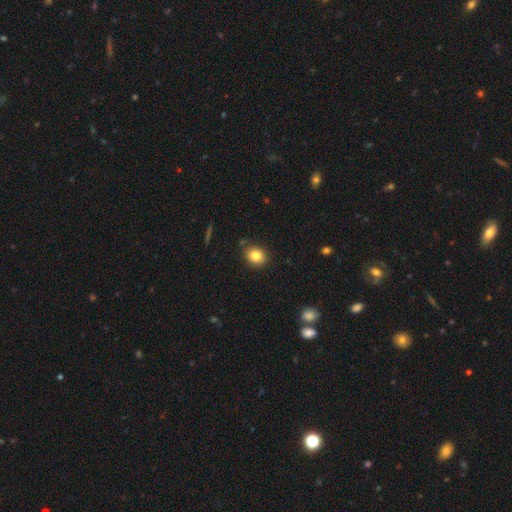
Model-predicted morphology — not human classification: This is clearly a smooth galaxy (83%). How rounded: likely round (64%). Merging: clearly none (85%).